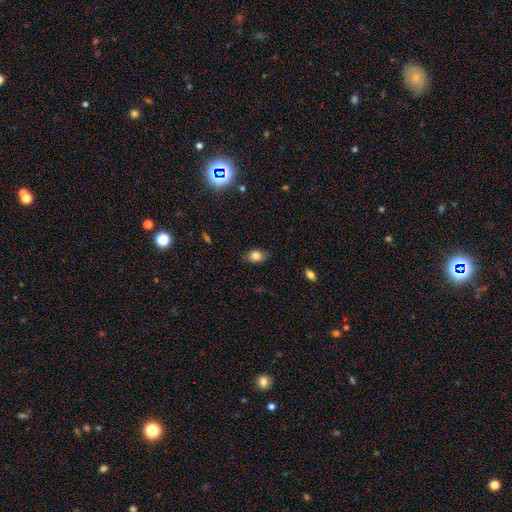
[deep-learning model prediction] Smooth or featured?
  - smooth: 83% *
  - star or artifact: 10%
  - featured or disk: 7%
How rounded?
  - in between: 68% *
  - round: 30%
  - cigar-shaped: 2%
Merging?
  - none: 78% *
  - minor disturbance: 17%
  - major disturbance: 3%
  - merger: 1%